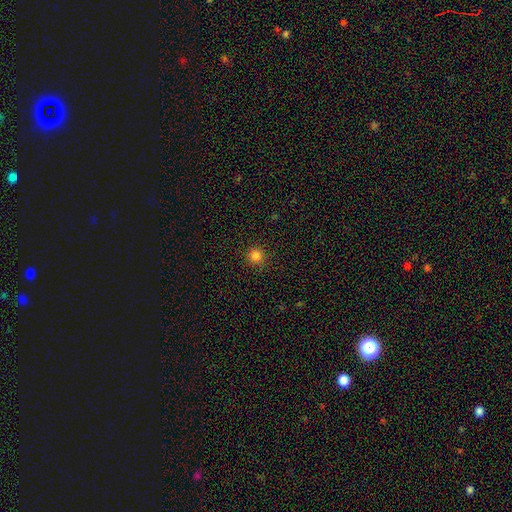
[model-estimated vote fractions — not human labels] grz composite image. It shows a smooth galaxy with no disk features (83%) that is round (95%). Merging: none (91%).